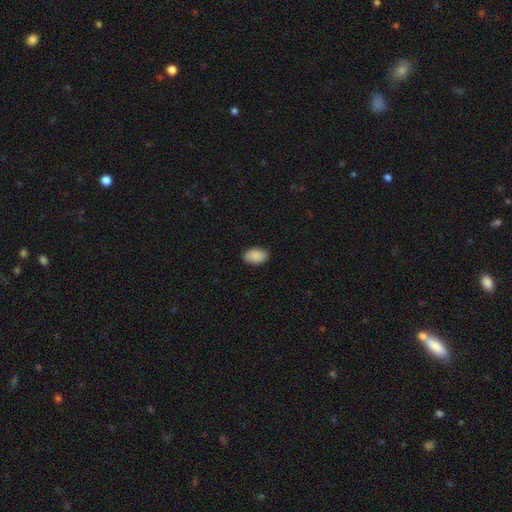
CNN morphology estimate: smooth_or_featured: smooth (p=0.89) [alt: star or artifact p=0.07]
how_rounded: in between (p=0.91) [alt: round p=0.08]
merging: none (p=0.87) [alt: minor disturbance p=0.10]